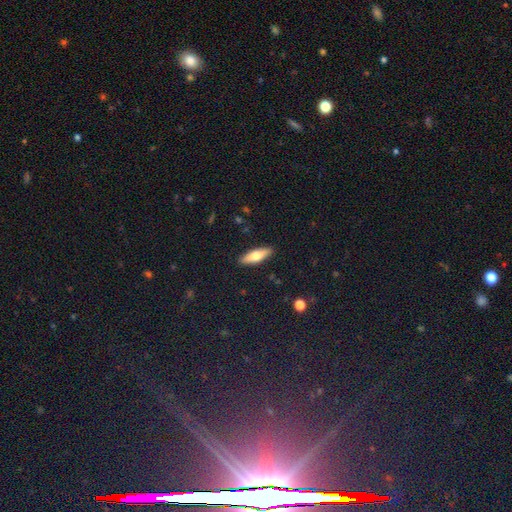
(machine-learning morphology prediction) This is likely a smooth galaxy (67%). How rounded: possibly cigar-shaped (49%). Merging: clearly none (89%).